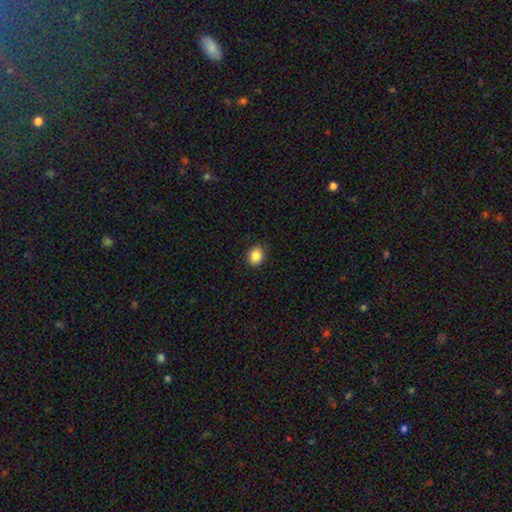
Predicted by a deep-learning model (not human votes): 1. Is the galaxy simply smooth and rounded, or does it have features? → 87% smooth, 9% star or artifact, 4% featured or disk.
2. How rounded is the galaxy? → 56% round, 43% in between, 1% cigar-shaped.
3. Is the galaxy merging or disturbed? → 88% none, 9% minor disturbance, 2% major disturbance, 1% merger.